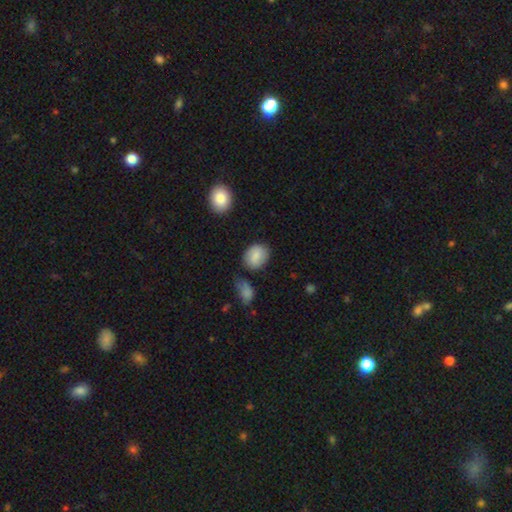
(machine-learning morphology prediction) smooth-or-featured: smooth: 83% | featured or disk: 10% | star or artifact: 7%
  how-rounded: in between: 58% | round: 40% | cigar-shaped: 1%
  merging: none: 72% | minor disturbance: 17% | merger: 7% | major disturbance: 5%